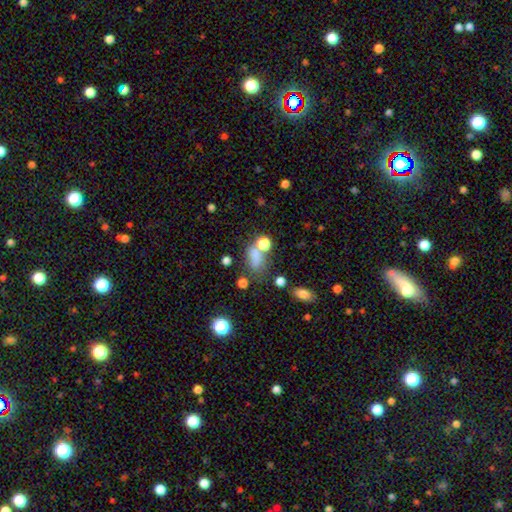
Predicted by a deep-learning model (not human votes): Smooth or featured? Predicted: smooth (p=0.71). How rounded? Predicted: in between (p=0.71). Merging? Predicted: none (p=0.43).